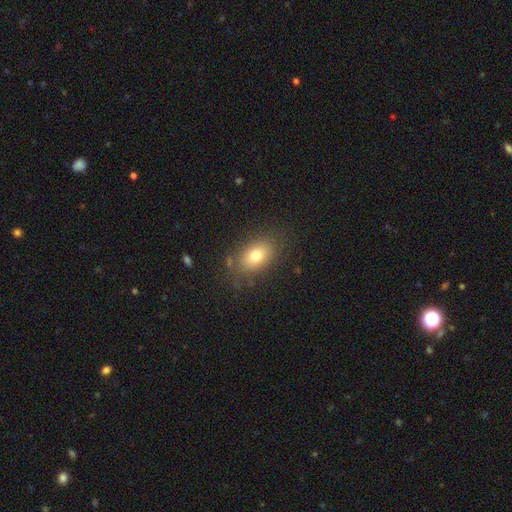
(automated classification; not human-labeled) The model was most divided on "smooth or featured": smooth: 77%, featured or disk: 13%, star or artifact: 10%. More confident: how rounded — in between (83%); merging — none (79%).